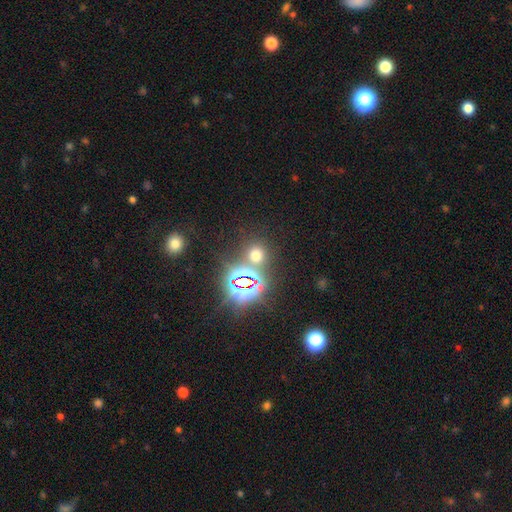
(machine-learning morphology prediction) The model was most divided on "smooth or featured": smooth: 47%, star or artifact: 46%, featured or disk: 7%. More confident: merging — none (77%).